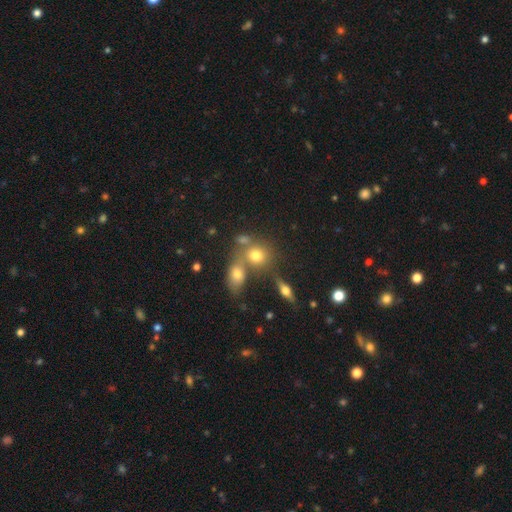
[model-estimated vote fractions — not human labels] Q: Smooth or featured?
A: smooth (70%); runner-up: featured or disk (16%)
Q: How rounded?
A: round (71%); runner-up: in between (26%)
Q: Merging?
A: none (49%); runner-up: merger (37%)